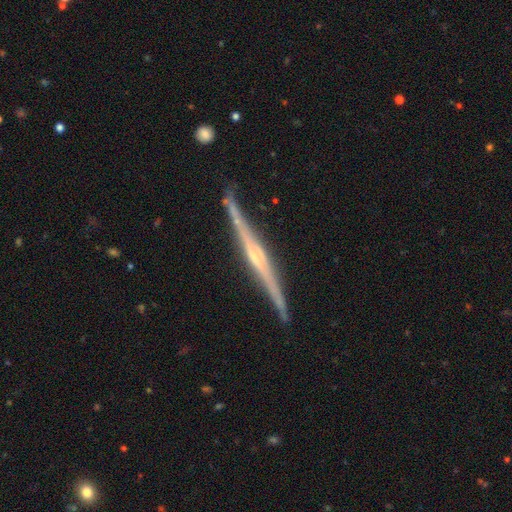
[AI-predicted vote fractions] smooth_or_featured: featured or disk (p=0.86) [alt: smooth p=0.09]
disk_edge_on: yes (p=0.98) [alt: no p=0.02]
edge_on_bulge: rounded (p=0.65) [alt: none p=0.22]
merging: none (p=0.84) [alt: minor disturbance p=0.12]